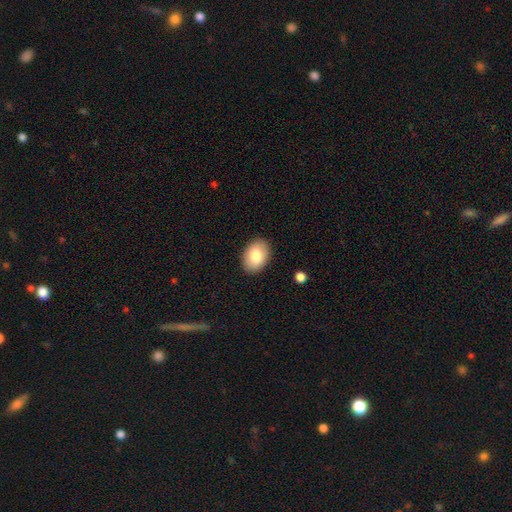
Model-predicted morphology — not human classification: Q: Smooth or featured?
A: smooth (82%); runner-up: featured or disk (11%)
Q: How rounded?
A: in between (83%); runner-up: round (16%)
Q: Merging?
A: none (88%); runner-up: minor disturbance (8%)